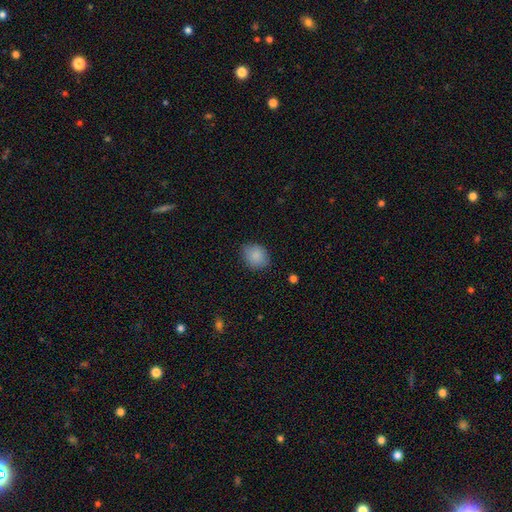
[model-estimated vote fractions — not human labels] The model was most divided on "how rounded": round: 51%, in between: 48%, cigar-shaped: 1%. More confident: smooth or featured — smooth (87%); merging — none (81%).